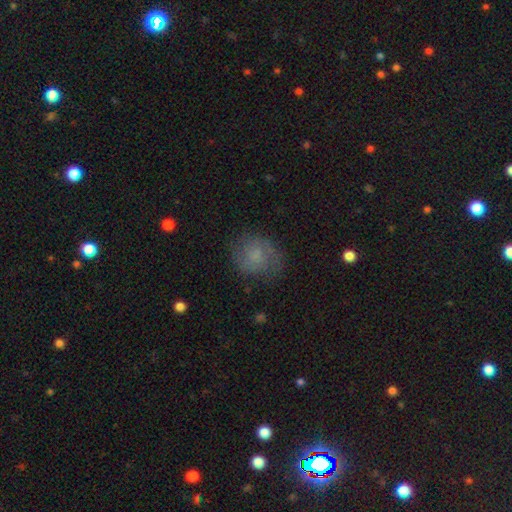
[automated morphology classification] Overall: smooth (59%; featured or disk 30%). How rounded: round (71%). Merging: none (68%).